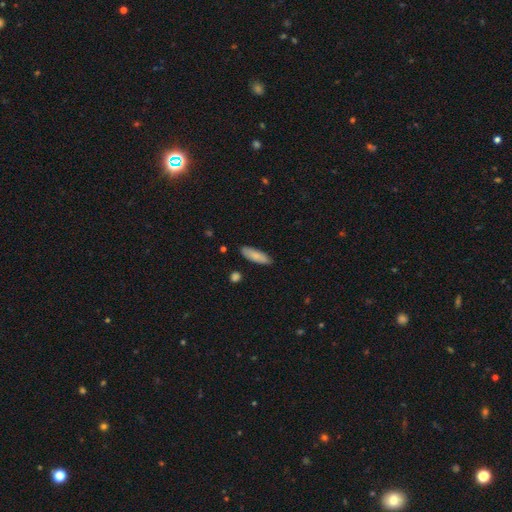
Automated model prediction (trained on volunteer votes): This is clearly a smooth galaxy (84%). How rounded: possibly in between (54%). Merging: clearly none (85%).